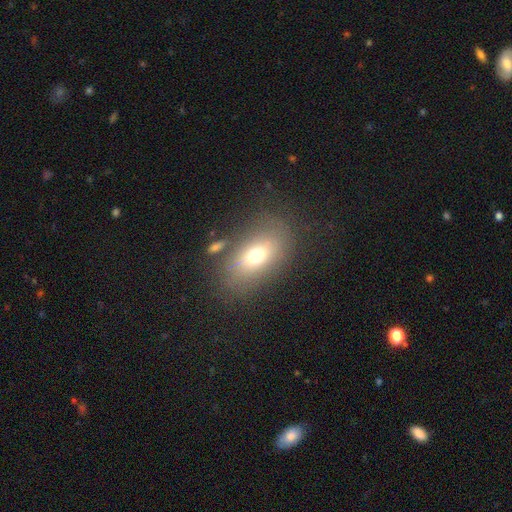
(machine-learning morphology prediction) type=smooth (67%); roundness=in between (82%); merging=none (74%).